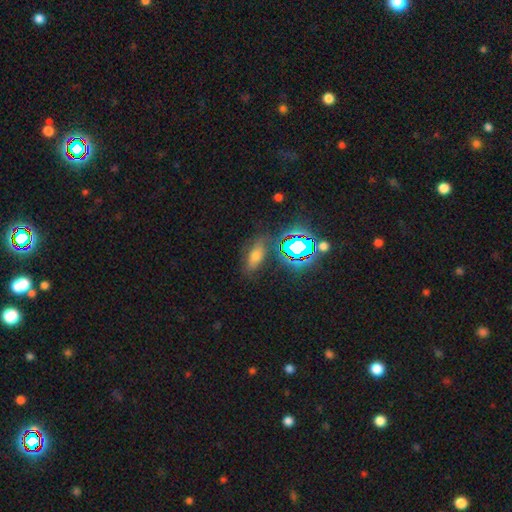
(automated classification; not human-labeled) This is possibly a smooth galaxy (54%). How rounded: likely in between (74%). Merging: likely none (79%).